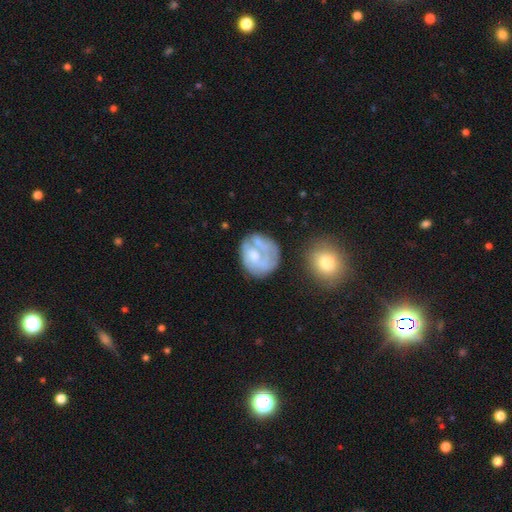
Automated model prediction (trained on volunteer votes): Q: Smooth or featured?
A: featured or disk (56%); runner-up: smooth (37%)
Q: Edge-on disk?
A: no (98%); runner-up: yes (2%)
Q: Bar?
A: no (72%); runner-up: weak (23%)
Q: Spiral arms?
A: no (51%); runner-up: yes (49%)
Q: Bulge size?
A: moderate (48%); runner-up: small (28%)
Q: Merging?
A: none (47%); runner-up: minor disturbance (23%)